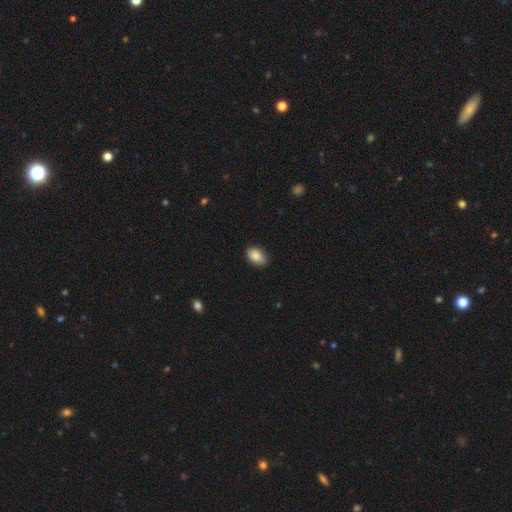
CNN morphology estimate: Smooth or featured? Predicted: smooth (p=0.87). How rounded? Predicted: in between (p=0.86). Merging? Predicted: none (p=0.84).